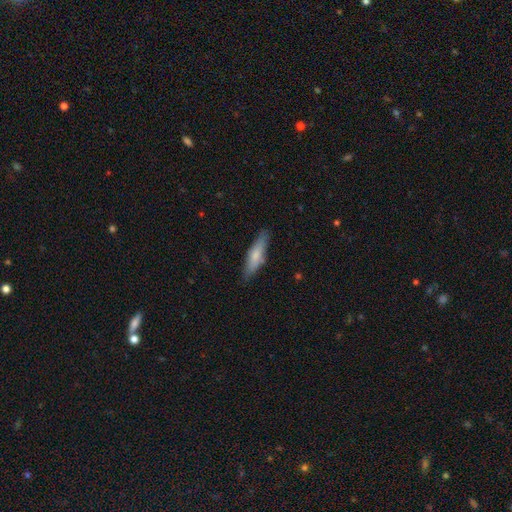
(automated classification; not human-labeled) This is likely a smooth galaxy (68%). How rounded: likely cigar-shaped (73%). Merging: clearly none (83%).